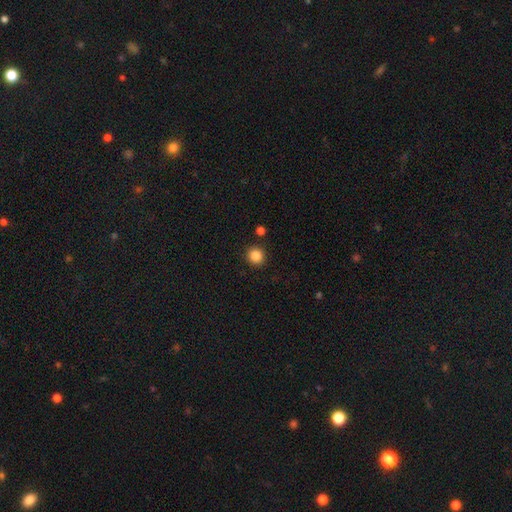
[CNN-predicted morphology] Overall: smooth (86%). How rounded: round (89%). Merging: none (88%).